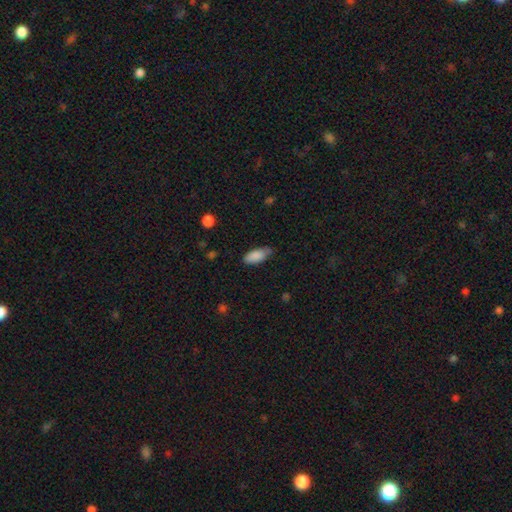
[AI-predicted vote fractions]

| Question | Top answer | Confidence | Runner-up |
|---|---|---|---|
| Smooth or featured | smooth | 87% | star or artifact (7%) |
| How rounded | in between | 86% | cigar-shaped (11%) |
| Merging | none | 64% | minor disturbance (29%) |